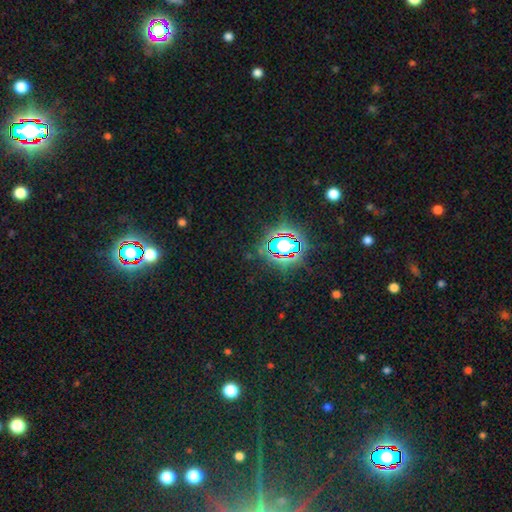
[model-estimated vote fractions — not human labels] Smooth or featured? star or artifact (82%)